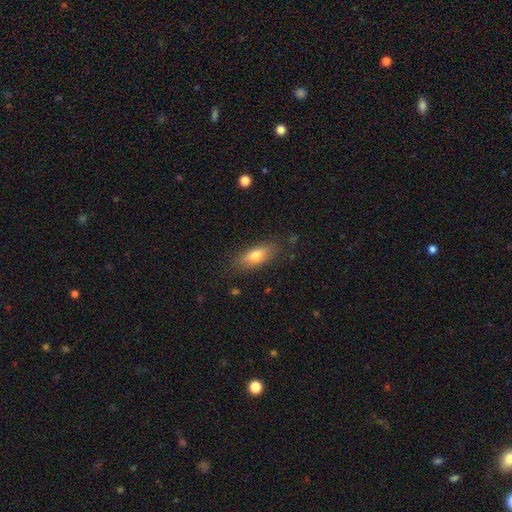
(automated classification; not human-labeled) smooth-or-featured: smooth: 69% | featured or disk: 23% | star or artifact: 8%
  how-rounded: in between: 68% | cigar-shaped: 28% | round: 4%
  merging: none: 82% | minor disturbance: 13% | major disturbance: 4% | merger: 1%